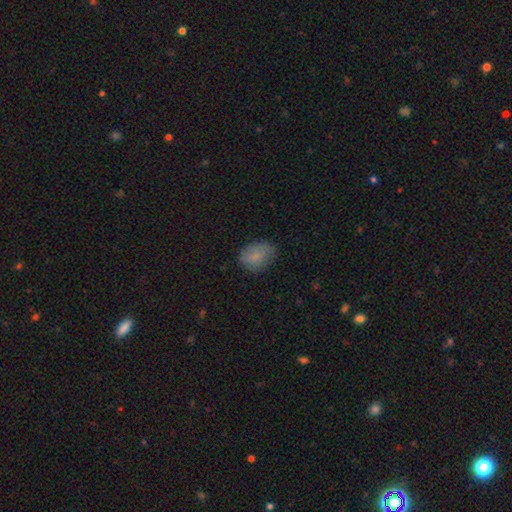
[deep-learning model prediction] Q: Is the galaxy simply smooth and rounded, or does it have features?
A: smooth — 80%.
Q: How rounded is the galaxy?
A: in between — 74%.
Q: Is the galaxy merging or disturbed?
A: none — 70%.